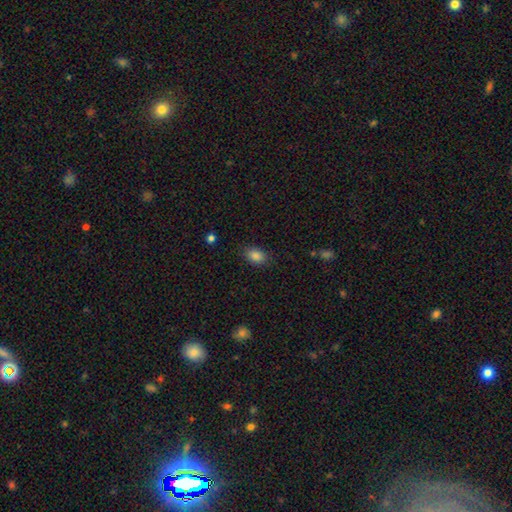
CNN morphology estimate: smooth-or-featured: smooth: 86% | star or artifact: 9% | featured or disk: 5%
  how-rounded: in between: 86% | round: 13% | cigar-shaped: 1%
  merging: none: 84% | minor disturbance: 12% | major disturbance: 3% | merger: 1%